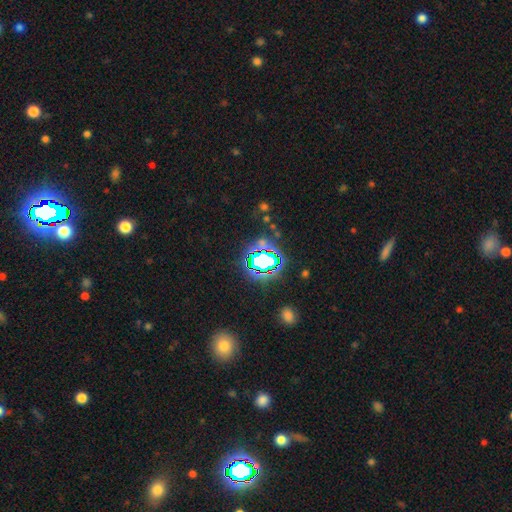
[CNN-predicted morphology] Smooth or featured? Predicted: star or artifact (p=0.69).